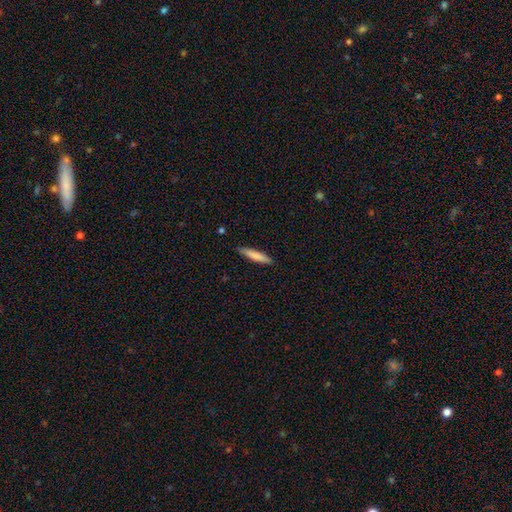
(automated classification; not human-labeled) The model was most divided on "smooth or featured": smooth: 81%, featured or disk: 13%, star or artifact: 6%. More confident: how rounded — cigar-shaped (87%); merging — none (85%).